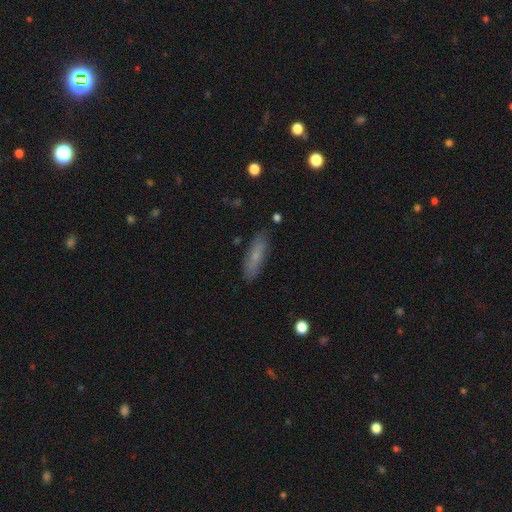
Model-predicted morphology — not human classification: This appears to be a smooth galaxy with no disk features (66%) that is cigar-shaped (59%). Merging: none (85%).